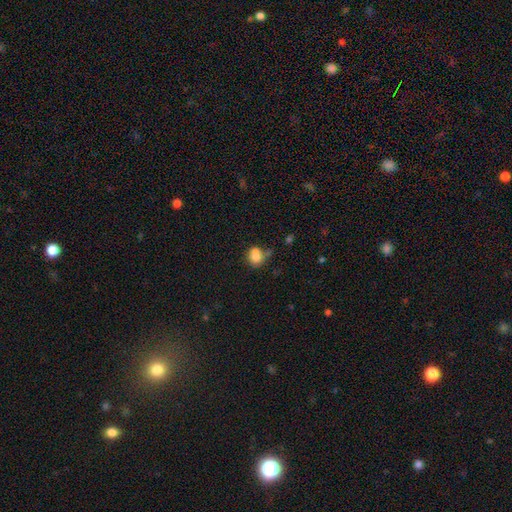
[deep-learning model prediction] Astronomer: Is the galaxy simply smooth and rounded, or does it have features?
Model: smooth — 78%.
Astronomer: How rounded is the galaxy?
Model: round — 60% (runner-up: in between, 39%).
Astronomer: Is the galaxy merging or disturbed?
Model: none — 45% (runner-up: merger, 26%).